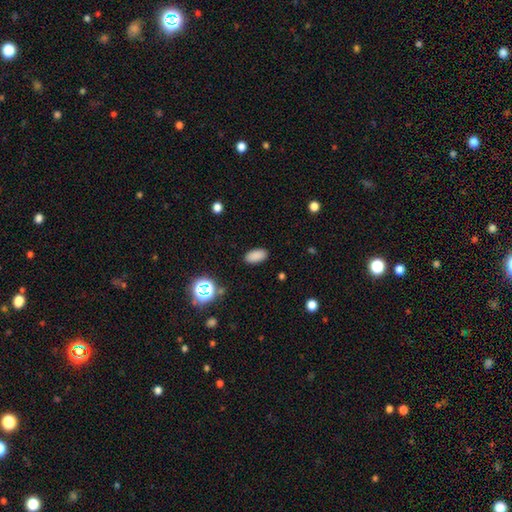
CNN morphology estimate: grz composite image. It shows a smooth galaxy with no disk features (84%) that is in between round and cigar-shaped (93%). Merging: none (89%).